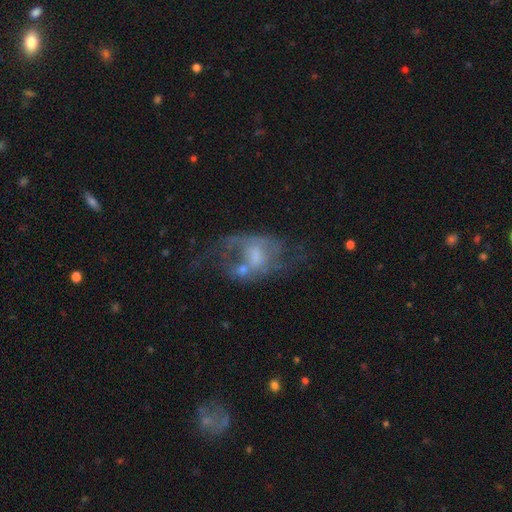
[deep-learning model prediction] Q: Smooth or featured?
A: featured or disk (67%); runner-up: smooth (23%)
Q: Edge-on disk?
A: no (97%); runner-up: yes (3%)
Q: Bar?
A: no (59%); runner-up: weak (34%)
Q: Spiral arms?
A: yes (55%); runner-up: no (45%)
Q: Bulge size?
A: moderate (35%); runner-up: small (32%)
Q: Merging?
A: major disturbance (38%); runner-up: none (27%)